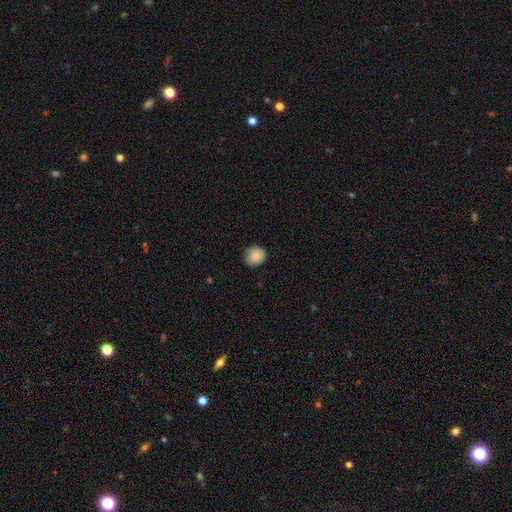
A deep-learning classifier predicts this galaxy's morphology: type=smooth (84%); roundness=round (81%); merging=none (81%).